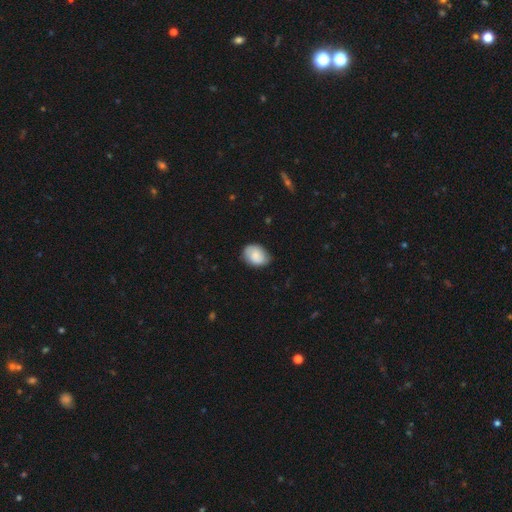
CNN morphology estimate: Smooth or featured: smooth — 75% (featured or disk — 18%)
How rounded: in between — 72% (round — 27%)
Merging: none — 76% (minor disturbance — 20%)